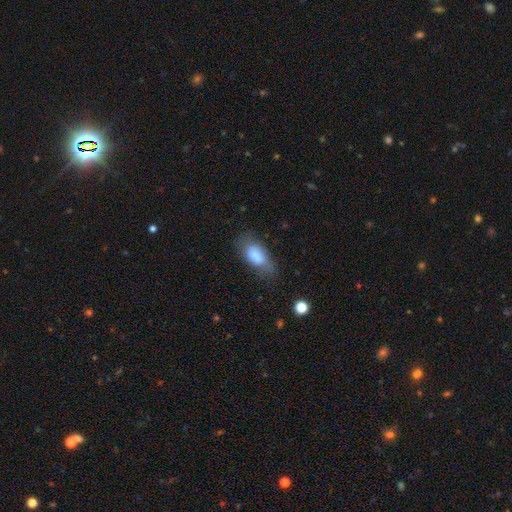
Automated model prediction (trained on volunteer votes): Overall: smooth (79%). How rounded: in between (87%). Merging: none (62%; minor disturbance 25%).